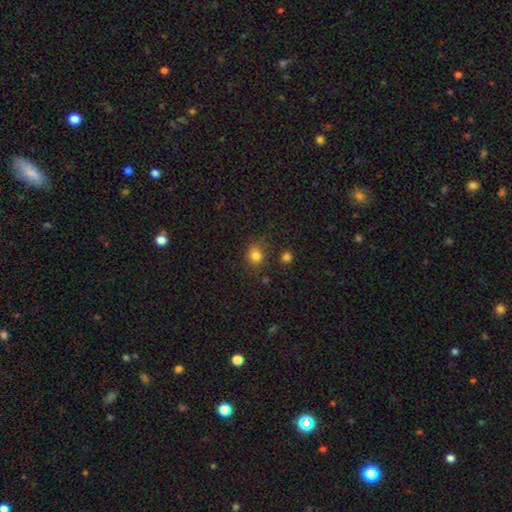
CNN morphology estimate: Overall: smooth (80%). How rounded: round (64%; in between 35%). Merging: none (74%).